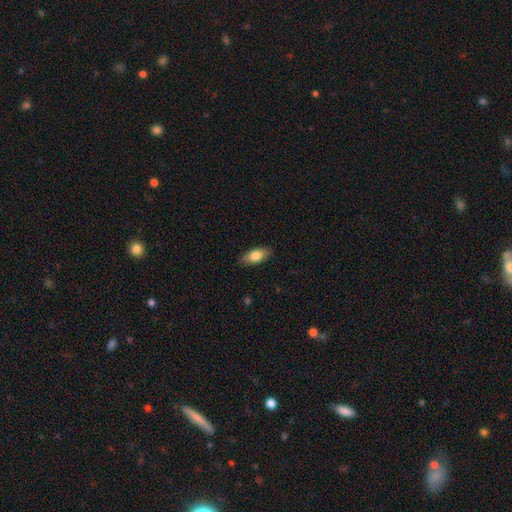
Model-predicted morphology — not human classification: Smooth or featured? Predicted: smooth (p=0.77). How rounded? Predicted: in between (p=0.82). Merging? Predicted: none (p=0.87).